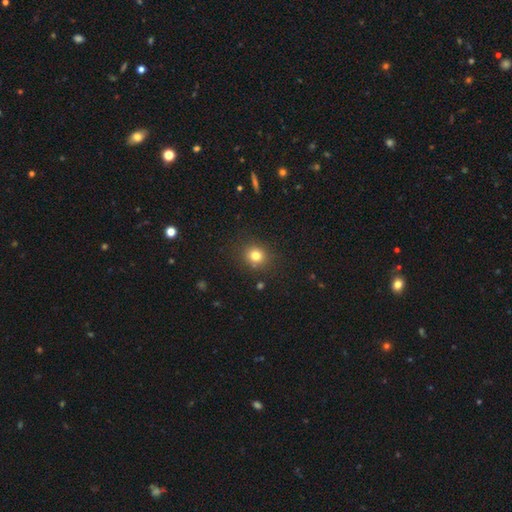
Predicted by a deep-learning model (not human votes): Overall: smooth (78%). How rounded: round (84%). Merging: none (86%).